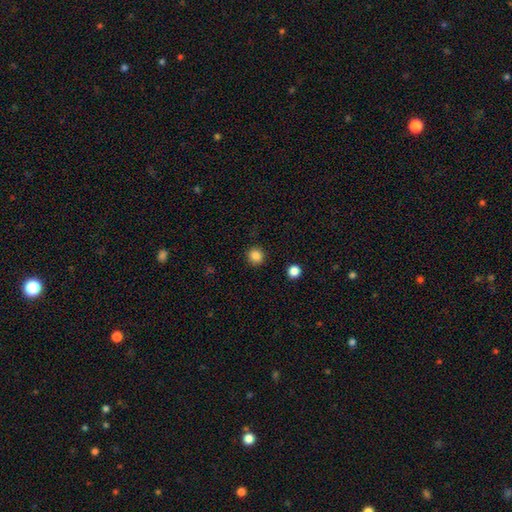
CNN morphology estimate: A smooth galaxy with no disk features (86%) that is round (91%).

Vote fractions:
- Smooth or featured? smooth: 86% / star or artifact: 11% / featured or disk: 3%
- How rounded? round: 91% / in between: 8% / cigar-shaped: 1%
- Merging? none: 91% / minor disturbance: 6% / major disturbance: 2% / merger: 1%